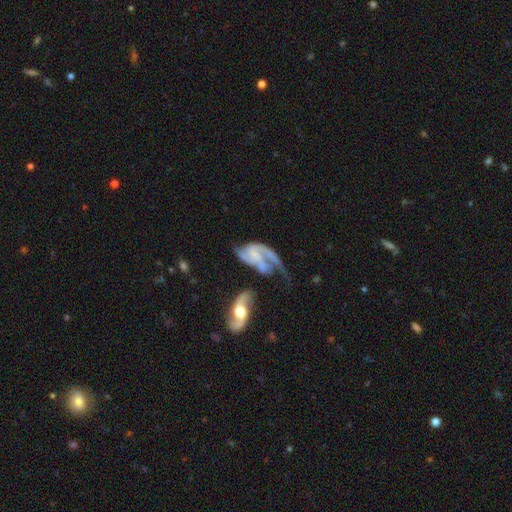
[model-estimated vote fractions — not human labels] This is clearly a featured or disk galaxy (81%). It is clearly not viewed edge-on (96%). Bar: possibly no (54%). Spiral arm pattern: clearly yes (90%). Spiral arm count: likely 2 (65%). Spiral winding: marginally loose (40%, tied with medium). Central bulge: possibly small (46%). Merging: marginally major disturbance (33%).